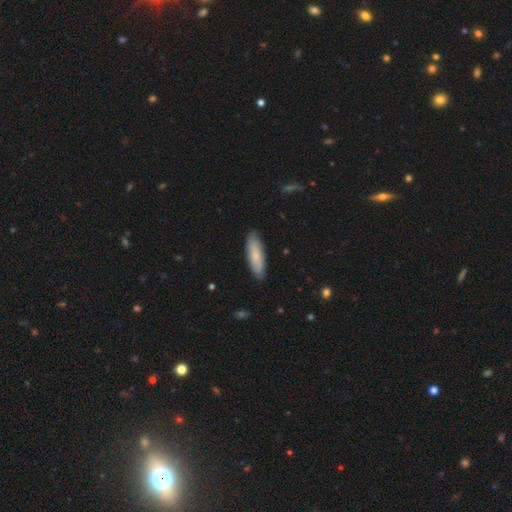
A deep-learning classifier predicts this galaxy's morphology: A smooth galaxy with no disk features (72%) that is cigar-shaped (52%).

Vote fractions:
- Smooth or featured? smooth: 72% / featured or disk: 23% / star or artifact: 5%
- How rounded? cigar-shaped: 52% / in between: 46% / round: 2%
- Merging? none: 85% / minor disturbance: 12% / major disturbance: 2% / merger: 1%